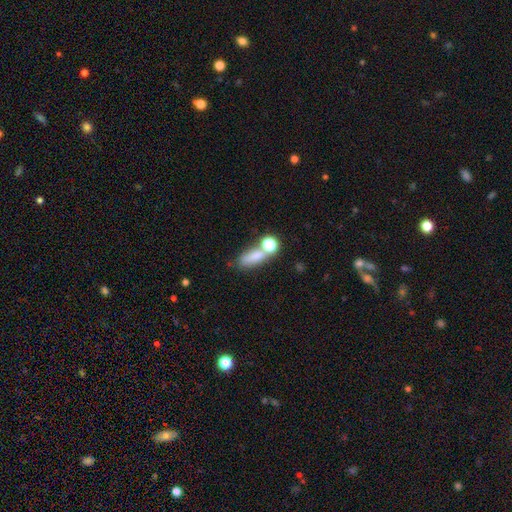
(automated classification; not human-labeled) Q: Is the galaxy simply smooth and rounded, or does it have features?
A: smooth — 74%.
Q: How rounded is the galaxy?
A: in between — 58%.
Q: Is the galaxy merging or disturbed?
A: none — 47%.